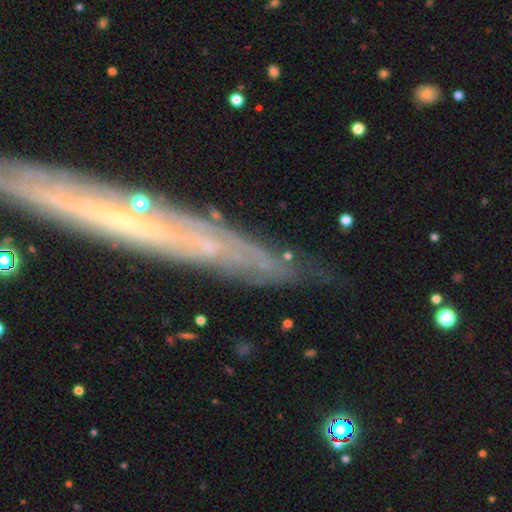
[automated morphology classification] This appears to be a featured or disk galaxy (67%) viewed edge-on (68%). Merging: none (78%).